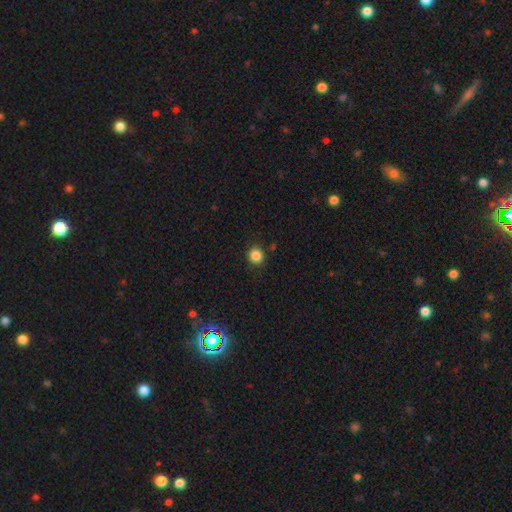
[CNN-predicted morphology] smooth-or-featured: smooth: 85% | star or artifact: 11% | featured or disk: 4%
  how-rounded: round: 83% | in between: 16% | cigar-shaped: 1%
  merging: none: 88% | minor disturbance: 8% | major disturbance: 2% | merger: 2%